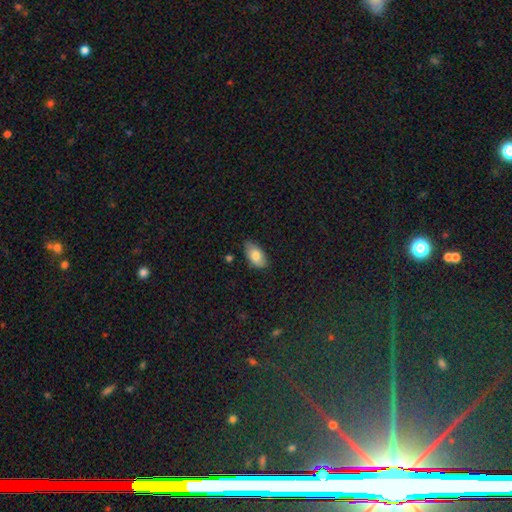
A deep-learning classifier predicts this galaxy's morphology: Smooth or featured?
  - smooth: 80% *
  - featured or disk: 13%
  - star or artifact: 7%
How rounded?
  - in between: 94% *
  - round: 4%
  - cigar-shaped: 3%
Merging?
  - none: 76% *
  - minor disturbance: 20%
  - major disturbance: 3%
  - merger: 1%